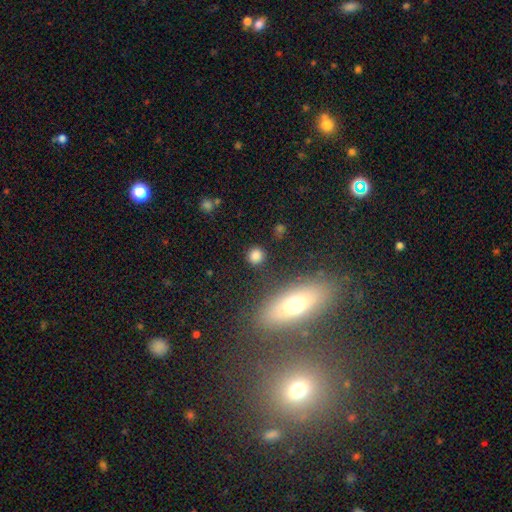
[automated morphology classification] Q: Smooth or featured?
A: smooth (82%); runner-up: star or artifact (12%)
Q: How rounded?
A: round (86%); runner-up: in between (12%)
Q: Merging?
A: none (87%); runner-up: minor disturbance (8%)